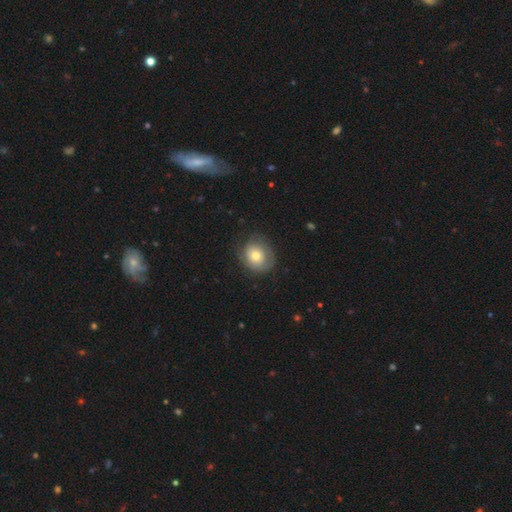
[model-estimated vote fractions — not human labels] Smooth or featured?
  - smooth: 58% *
  - featured or disk: 34%
  - star or artifact: 7%
How rounded?
  - round: 71% *
  - in between: 28%
  - cigar-shaped: 1%
Merging?
  - none: 67% *
  - minor disturbance: 22%
  - major disturbance: 10%
  - merger: 1%